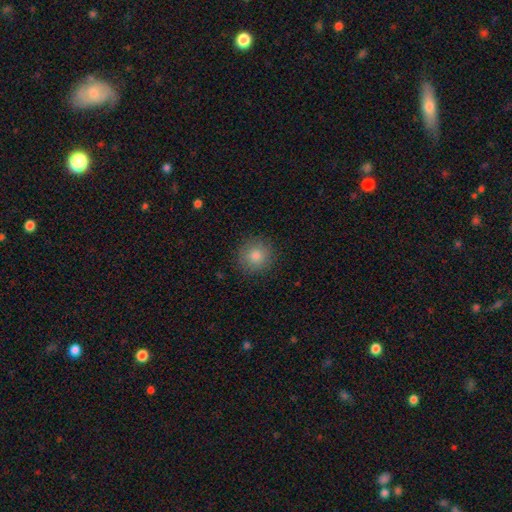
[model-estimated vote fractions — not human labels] Smooth or featured: smooth — 82% (star or artifact — 11%)
How rounded: round — 93% (in between — 6%)
Merging: none — 90% (minor disturbance — 7%)